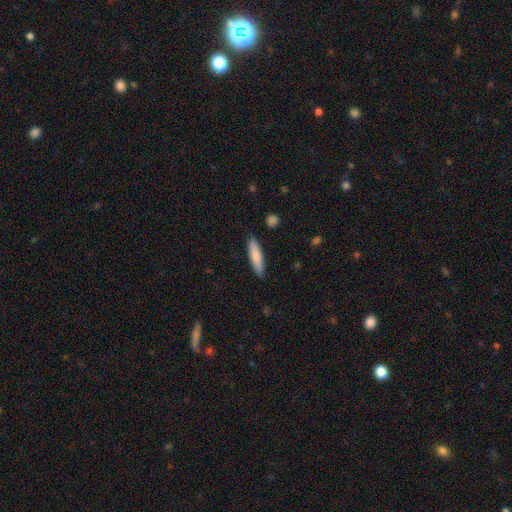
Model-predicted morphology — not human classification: smooth-or-featured: smooth: 81% | featured or disk: 14% | star or artifact: 5%
  how-rounded: cigar-shaped: 76% | in between: 23% | round: 1%
  merging: none: 86% | minor disturbance: 11% | major disturbance: 2% | merger: 1%